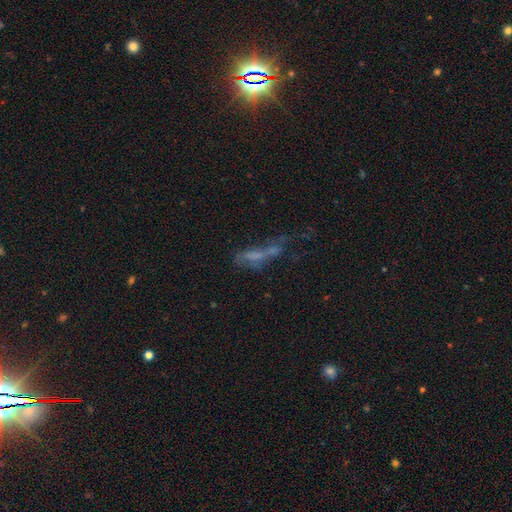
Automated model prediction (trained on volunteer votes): Overall: smooth (40%; featured or disk 39%). Merging: major disturbance (34%; none 26%).